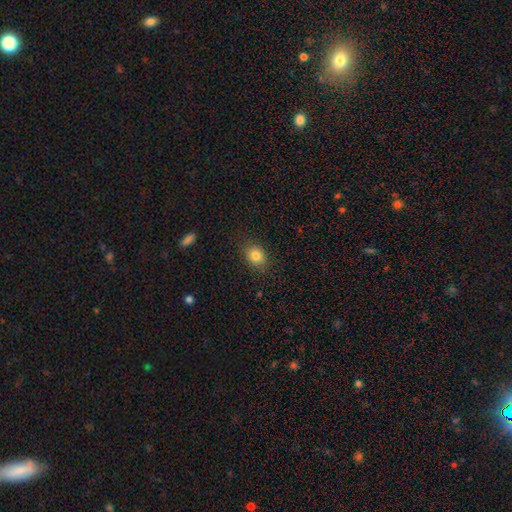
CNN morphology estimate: A smooth galaxy with no disk features (82%) that is round (57%). Merging: none (86%).